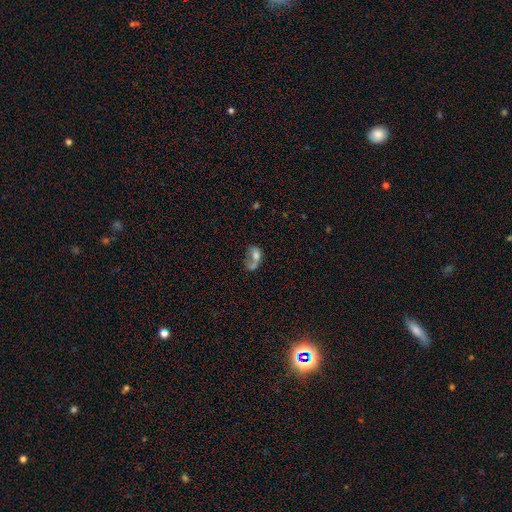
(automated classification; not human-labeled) Smooth or featured: smooth — 59% (featured or disk — 29%)
How rounded: in between — 74% (round — 24%)
Merging: merger — 41% (major disturbance — 28%)